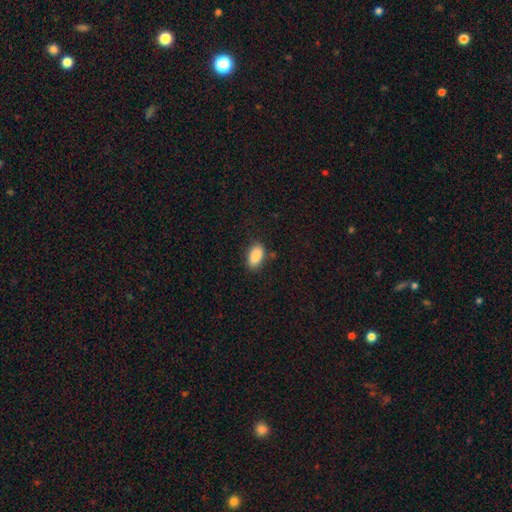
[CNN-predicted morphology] Smooth or featured? smooth (88%)
How rounded? in between (92%)
Merging? none (81%)